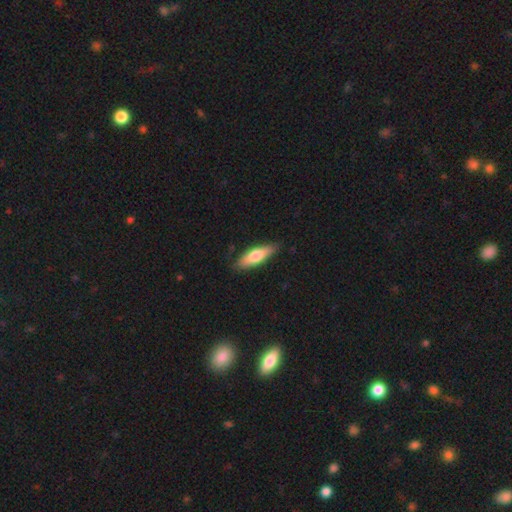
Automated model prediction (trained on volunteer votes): The model was most divided on "how rounded": cigar-shaped: 55%, in between: 43%, round: 2%. More confident: merging — none (85%); smooth or featured — smooth (66%).